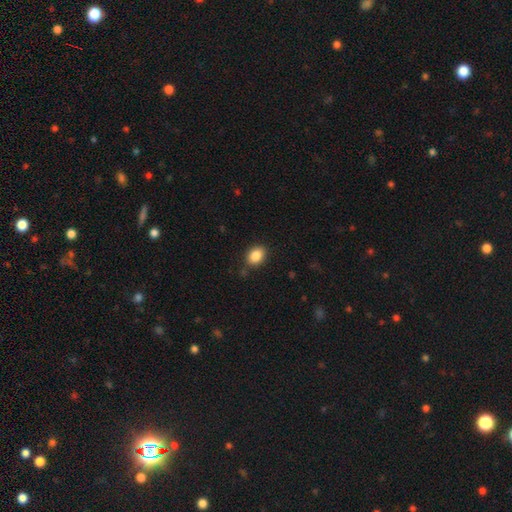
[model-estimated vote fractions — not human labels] smooth_or_featured: smooth (p=0.87) [alt: star or artifact p=0.09]
how_rounded: in between (p=0.73) [alt: round p=0.26]
merging: none (p=0.85) [alt: minor disturbance p=0.11]